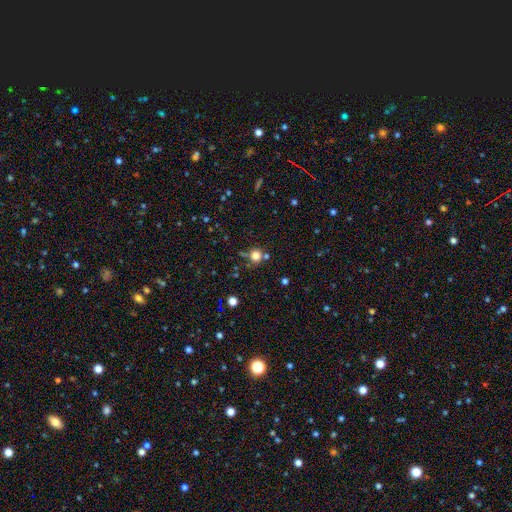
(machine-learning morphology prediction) Smooth or featured?
  - smooth: 77% *
  - star or artifact: 16%
  - featured or disk: 7%
How rounded?
  - round: 91% *
  - in between: 8%
  - cigar-shaped: 1%
Merging?
  - none: 69% *
  - merger: 14%
  - minor disturbance: 12%
  - major disturbance: 5%